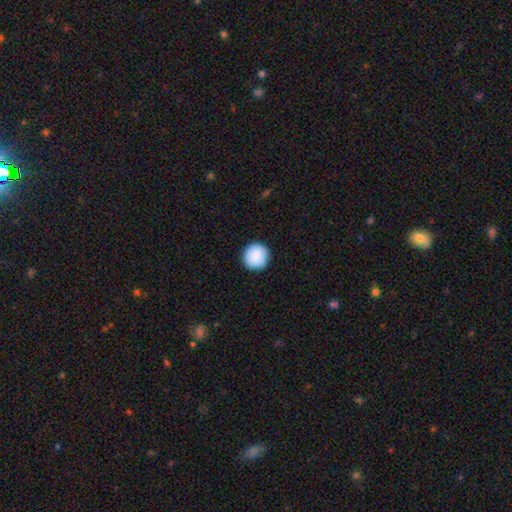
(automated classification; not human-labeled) Smooth or featured: smooth — 89% (star or artifact — 7%)
How rounded: round — 95% (in between — 4%)
Merging: none — 92% (minor disturbance — 6%)